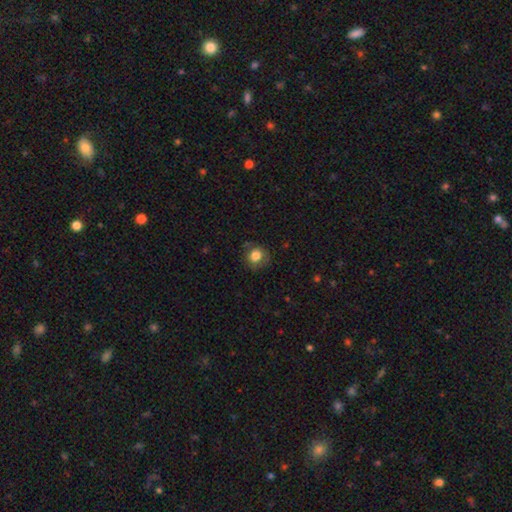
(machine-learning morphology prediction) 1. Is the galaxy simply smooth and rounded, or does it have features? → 80% smooth, 10% star or artifact, 10% featured or disk.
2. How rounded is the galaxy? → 83% round, 16% in between, 1% cigar-shaped.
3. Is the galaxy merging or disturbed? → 75% none, 18% minor disturbance, 6% major disturbance, 2% merger.